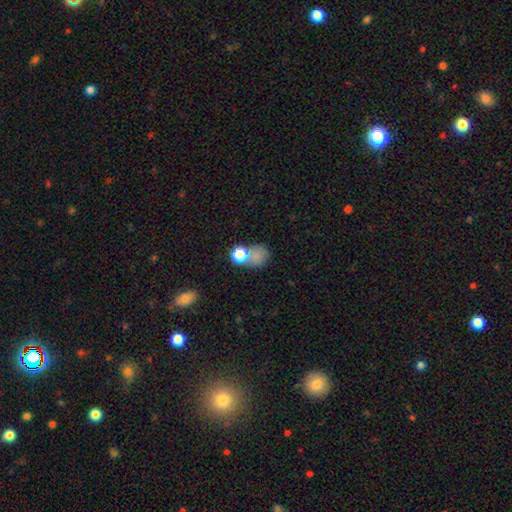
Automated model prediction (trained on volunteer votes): Morphology: type=smooth (72%); roundness=round (56%); merging=none (40%).